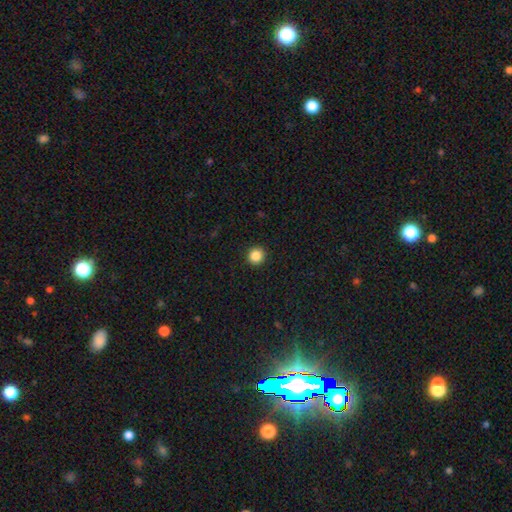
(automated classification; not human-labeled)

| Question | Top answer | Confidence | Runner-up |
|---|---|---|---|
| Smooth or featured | smooth | 87% | star or artifact (10%) |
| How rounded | round | 94% | in between (5%) |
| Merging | none | 93% | minor disturbance (5%) |